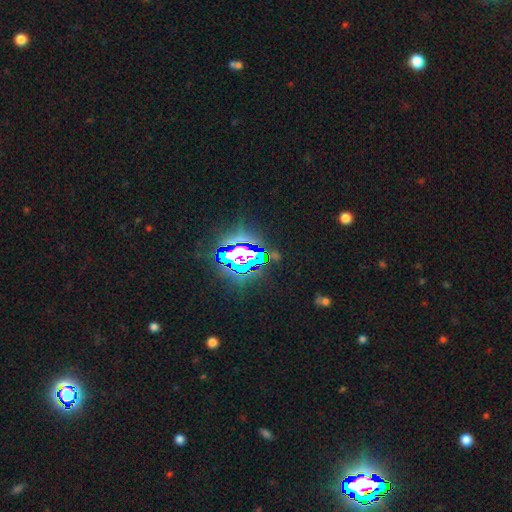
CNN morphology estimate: Smooth or featured? star or artifact (81%)